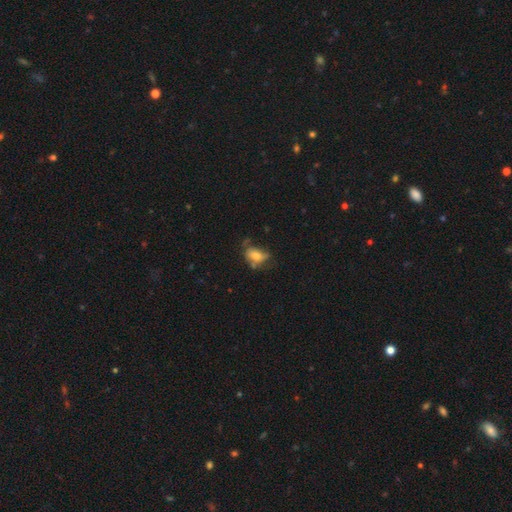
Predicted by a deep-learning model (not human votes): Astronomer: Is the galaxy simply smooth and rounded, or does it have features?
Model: smooth — 63%.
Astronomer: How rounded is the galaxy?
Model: in between — 84%.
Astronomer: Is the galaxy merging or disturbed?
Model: none — 36% (runner-up: minor disturbance, 31%).